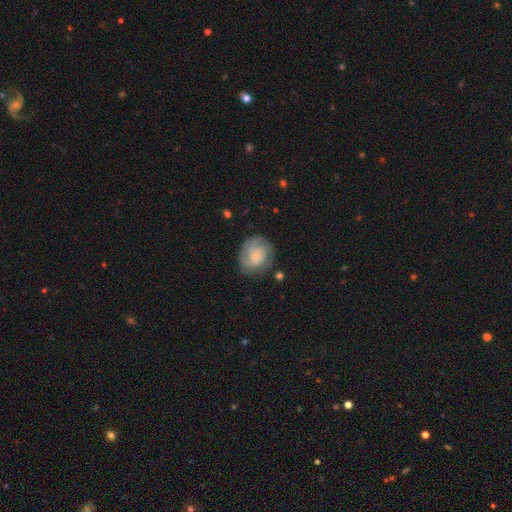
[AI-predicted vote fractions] A featured or disk galaxy (69%) with no bar (74%), tight (59%) spiral arms (92%) and a small central bulge (67%).

Vote fractions:
- Smooth or featured? featured or disk: 69% / smooth: 24% / star or artifact: 7%
- Edge-on disk? no: 98% / yes: 2%
- Bar? no: 74% / weak: 23% / strong: 3%
- Spiral arms? yes: 92% / no: 8%
- Spiral winding? tight: 59% / medium: 32% / loose: 9%
- Spiral arm count? can't tell: 32% / 3: 27% / 2: 17% / 4: 13% / 1: 6% / more than 4: 5%
- Bulge size? small: 67% / moderate: 23% / none: 6% / large: 2% / dominant: 1%
- Merging? none: 74% / minor disturbance: 17% / major disturbance: 7% / merger: 2%